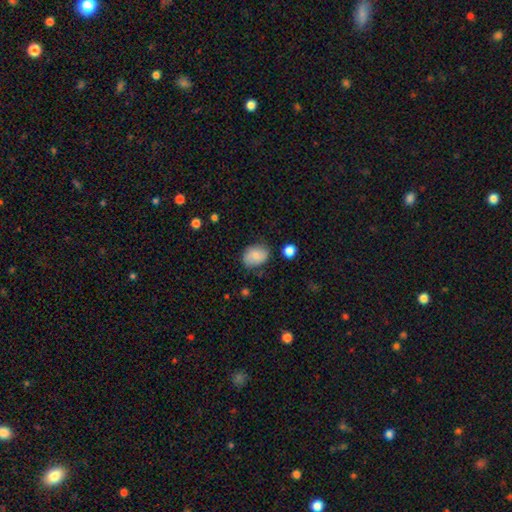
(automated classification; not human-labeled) A smooth galaxy with no disk features (80%) that is in between round and cigar-shaped (65%). Merging: none (72%).